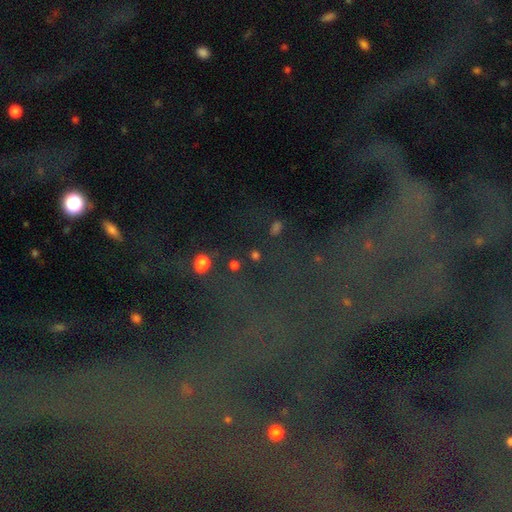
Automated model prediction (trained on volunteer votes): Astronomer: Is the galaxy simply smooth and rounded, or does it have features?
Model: star or artifact — 50% (runner-up: smooth, 37%).